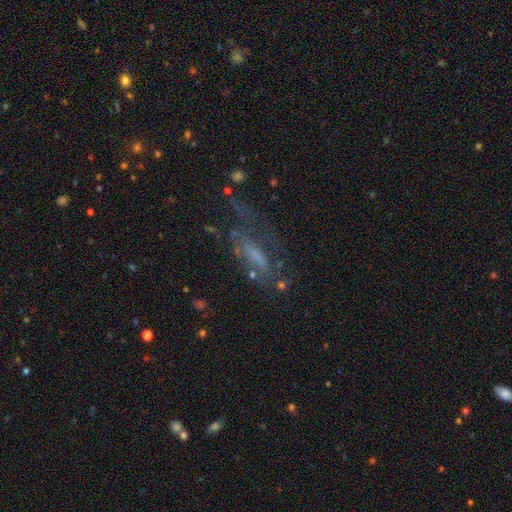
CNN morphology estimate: This appears to be a featured or disk galaxy (51%). Merging: none (41%).